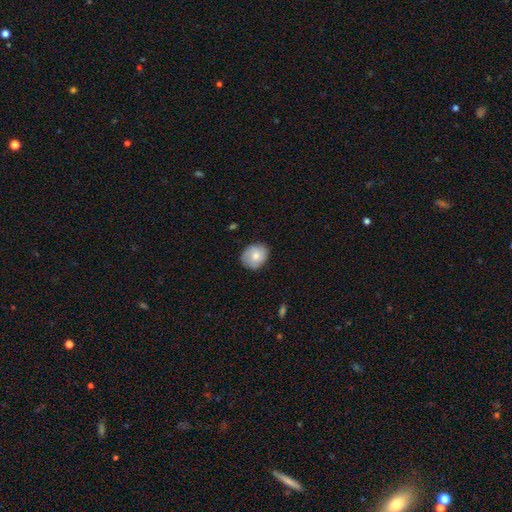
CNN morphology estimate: Q: Smooth or featured?
A: smooth (74%); runner-up: featured or disk (19%)
Q: How rounded?
A: round (65%); runner-up: in between (34%)
Q: Merging?
A: none (81%); runner-up: minor disturbance (15%)